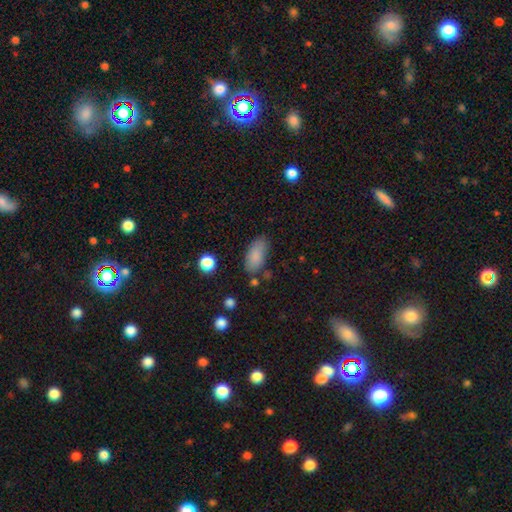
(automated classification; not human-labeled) Smooth or featured? Predicted: smooth (p=0.85). How rounded? Predicted: in between (p=0.90). Merging? Predicted: none (p=0.74).